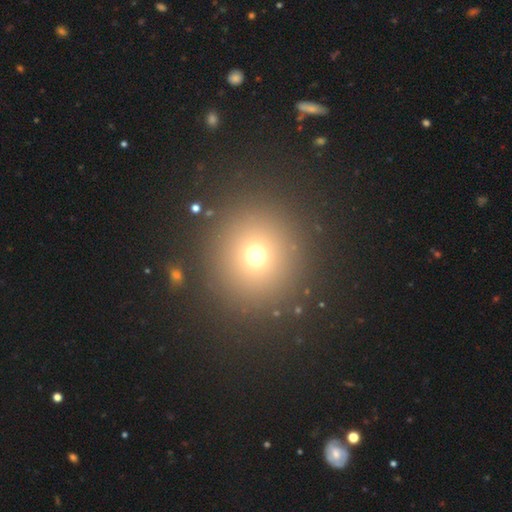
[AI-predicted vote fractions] Q: Smooth or featured?
A: smooth (69%); runner-up: star or artifact (22%)
Q: How rounded?
A: round (91%); runner-up: in between (8%)
Q: Merging?
A: none (88%); runner-up: minor disturbance (6%)